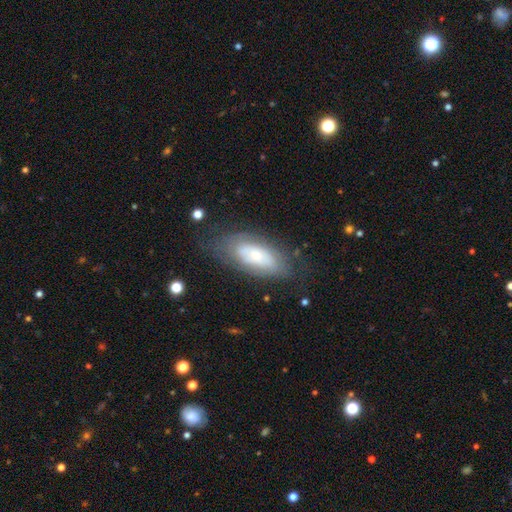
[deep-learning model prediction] Overall: smooth (48%; featured or disk 45%). Merging: none (65%).